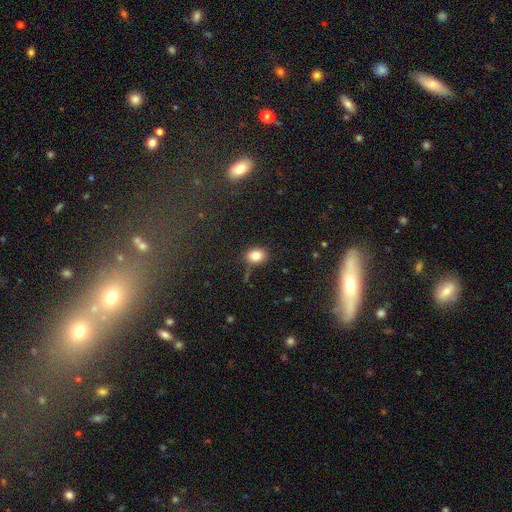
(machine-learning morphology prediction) This is clearly a smooth galaxy (82%). How rounded: possibly round (49%, tied with in between). Merging: likely none (72%).